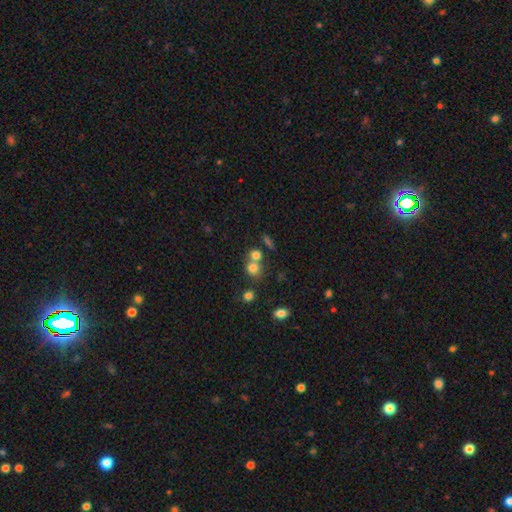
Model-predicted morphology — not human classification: Smooth or featured? smooth (74%)
How rounded? round (73%)
Merging? merger (46%)